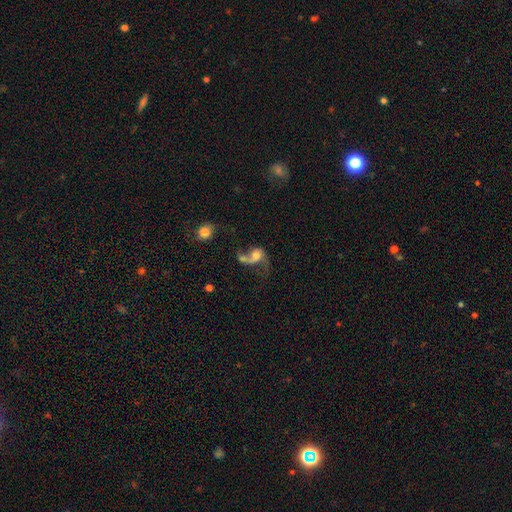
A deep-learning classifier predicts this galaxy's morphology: type=featured or disk (57%); edge-on=no (96%); bar=no (71%); spiral arms=yes (73%); bulge=moderate (48%); merging=merger (48%).